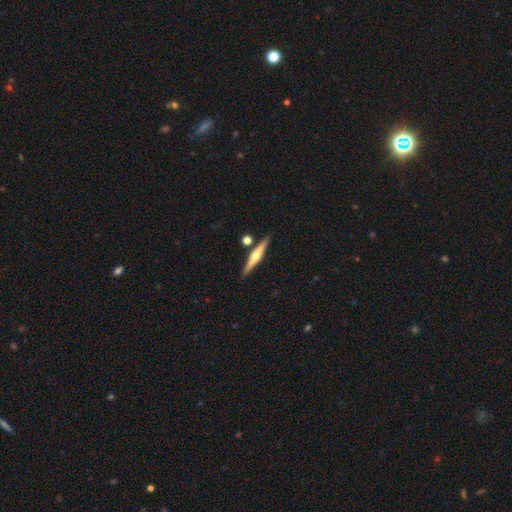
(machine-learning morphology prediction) featured or disk 69%, smooth 25%, star or artifact 6%. Down the decision tree: edge-on disk — yes (97%); edge-on bulge — rounded (92%); merging — none (86%).